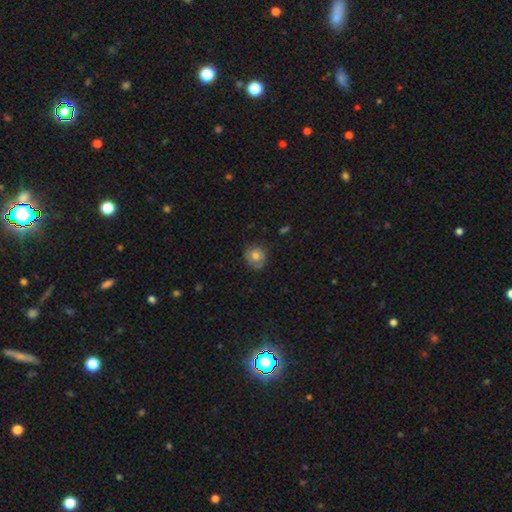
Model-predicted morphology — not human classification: smooth_or_featured: smooth (p=0.59) [alt: featured or disk p=0.32]
how_rounded: round (p=0.83) [alt: in between p=0.16]
merging: none (p=0.73) [alt: minor disturbance p=0.21]